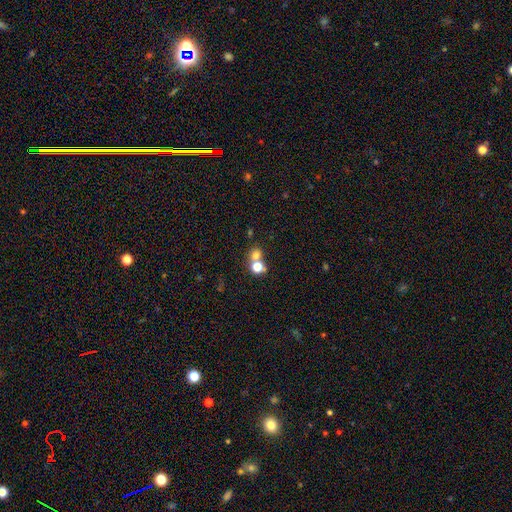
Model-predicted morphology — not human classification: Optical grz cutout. It shows a smooth galaxy with no disk features (71%) that is round (76%). Merging: merger (46%).